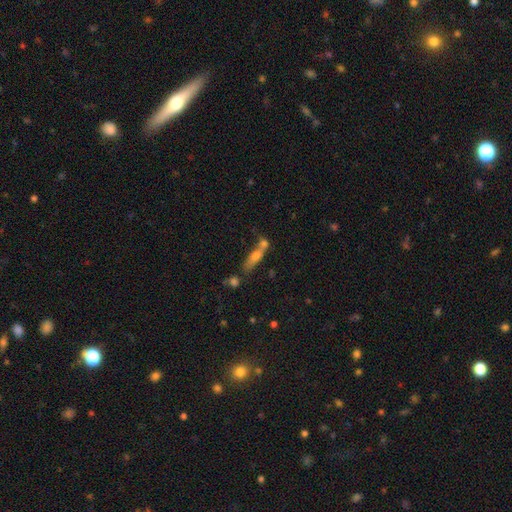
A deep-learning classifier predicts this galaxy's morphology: smooth 60%, featured or disk 28%, star or artifact 12%. Down the decision tree: how rounded — cigar-shaped (62%); merging — merger (43%).